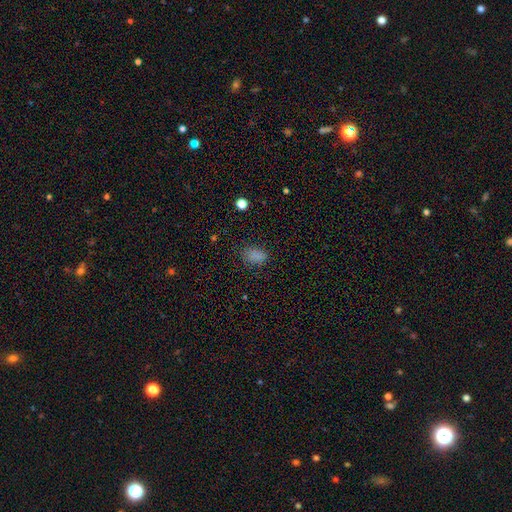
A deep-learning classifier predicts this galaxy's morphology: smooth 79%, star or artifact 16%, featured or disk 5%. Down the decision tree: how rounded — in between (83%); merging — none (76%).